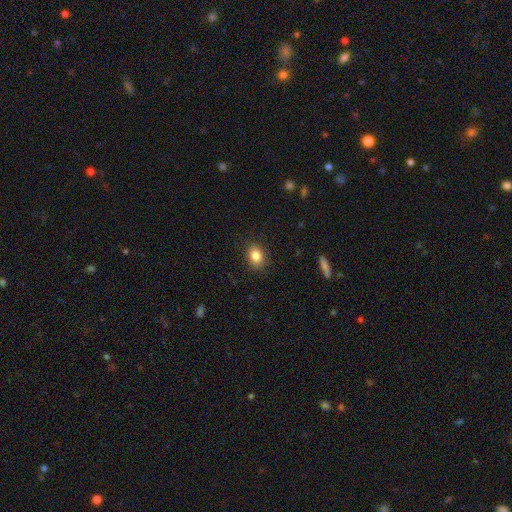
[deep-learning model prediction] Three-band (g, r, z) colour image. It shows a smooth galaxy with no disk features (83%) that is in between round and cigar-shaped (58%). Merging: none (87%).